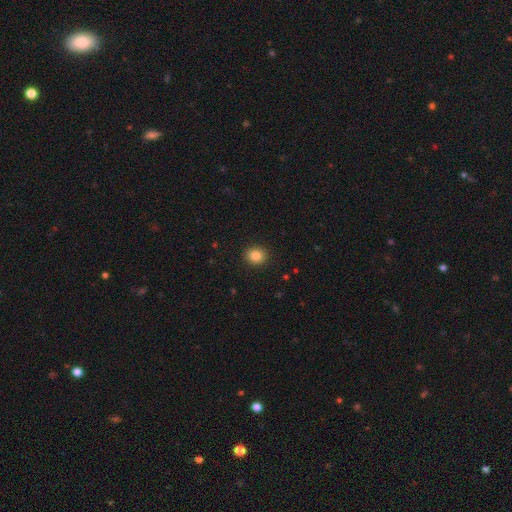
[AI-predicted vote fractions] Overall: smooth (84%). How rounded: round (75%). Merging: none (91%).